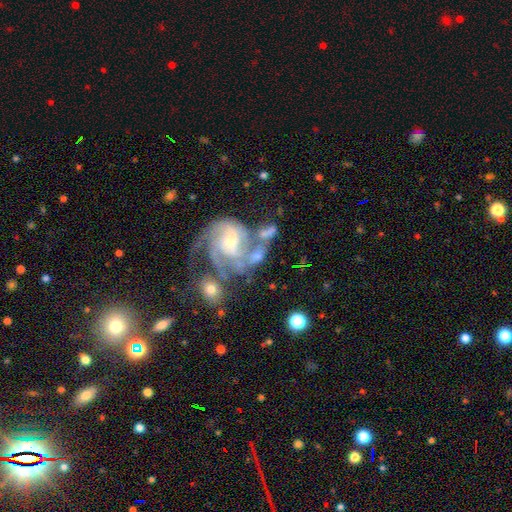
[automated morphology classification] A featured or disk galaxy (86%) with no bar (63%), 3 (34%) tight (51%) spiral arms (95%) and a small central bulge (59%).

Vote fractions:
- Smooth or featured? featured or disk: 86% / star or artifact: 7% / smooth: 7%
- Edge-on disk? no: 98% / yes: 2%
- Bar? no: 63% / weak: 28% / strong: 9%
- Spiral arms? yes: 95% / no: 5%
- Spiral winding? tight: 51% / medium: 39% / loose: 10%
- Spiral arm count? 3: 34% / 2: 23% / can't tell: 21% / 4: 11% / 1: 6% / more than 4: 6%
- Bulge size? small: 59% / moderate: 35% / none: 2% / large: 2% / dominant: 1%
- Merging? none: 33% / merger: 25% / major disturbance: 25% / minor disturbance: 18%